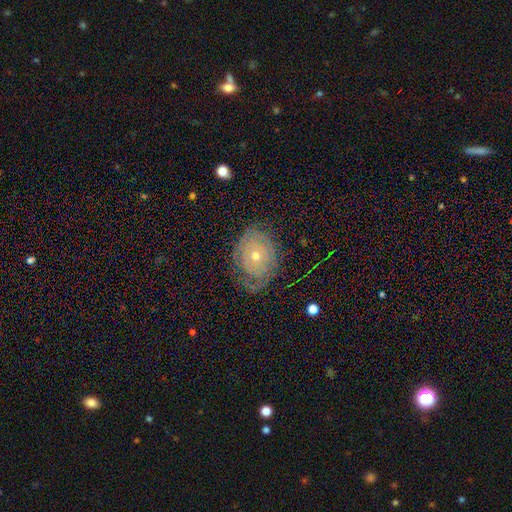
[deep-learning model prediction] This appears to be a featured or disk galaxy (72%) with no bar (86%), tight (80%) spiral arms (79%) and a small central bulge (52%). Merging: none (68%).